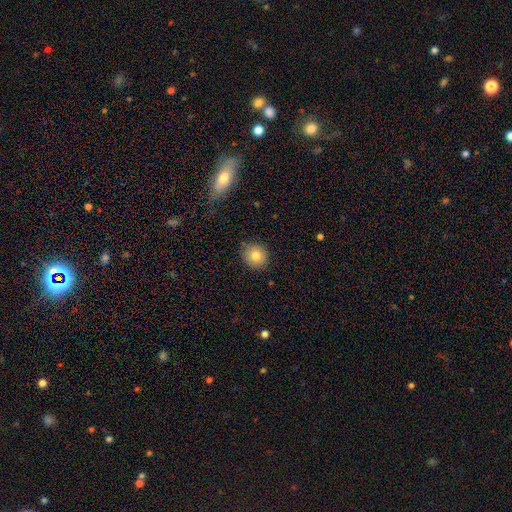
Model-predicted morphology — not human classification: Smooth or featured? smooth (80%)
How rounded? round (81%)
Merging? none (86%)